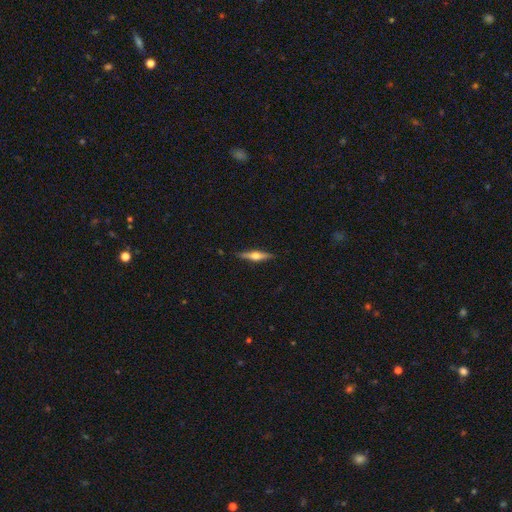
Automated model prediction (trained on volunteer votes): featured or disk 63%, smooth 31%, star or artifact 6%. Down the decision tree: edge-on disk — yes (97%); edge-on bulge — rounded (93%); merging — none (88%).